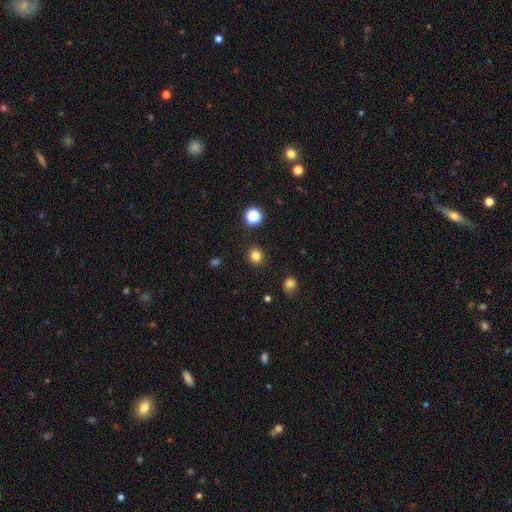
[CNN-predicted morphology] A smooth galaxy with no disk features (82%) that is round (89%). Merging: none (91%).